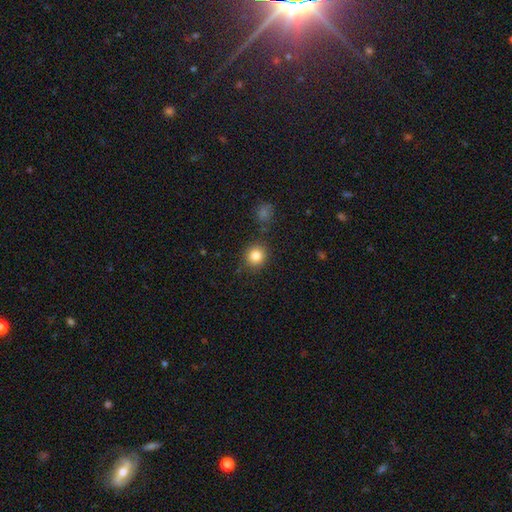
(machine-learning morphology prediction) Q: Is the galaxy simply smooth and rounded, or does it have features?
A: smooth — 83%.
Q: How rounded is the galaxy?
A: round — 88%.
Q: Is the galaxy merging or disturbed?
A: none — 86%.